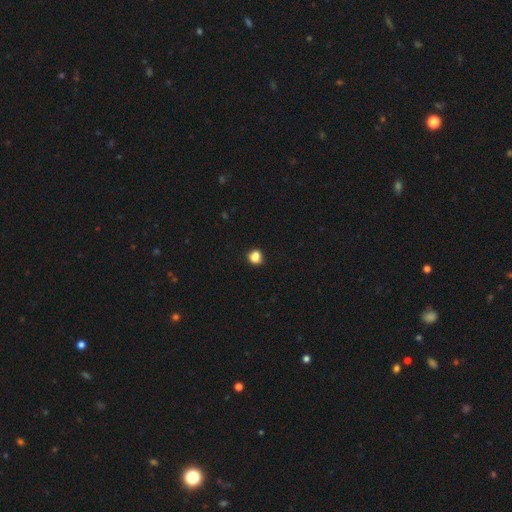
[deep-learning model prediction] Overall: smooth (85%). How rounded: round (76%). Merging: none (82%).